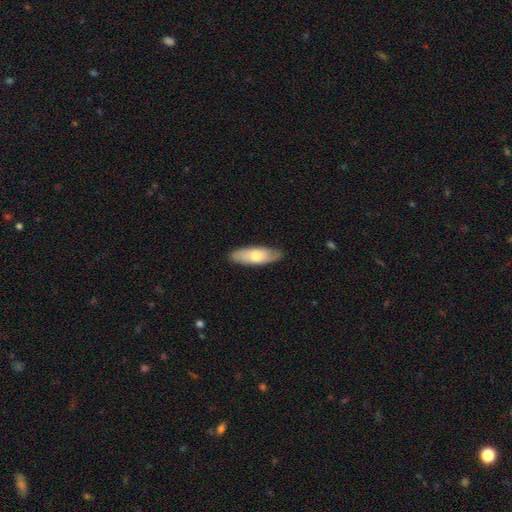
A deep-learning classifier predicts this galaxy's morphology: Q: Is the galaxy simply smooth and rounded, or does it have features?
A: smooth — 66%.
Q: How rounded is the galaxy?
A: in between — 63%.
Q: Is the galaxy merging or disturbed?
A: none — 84%.